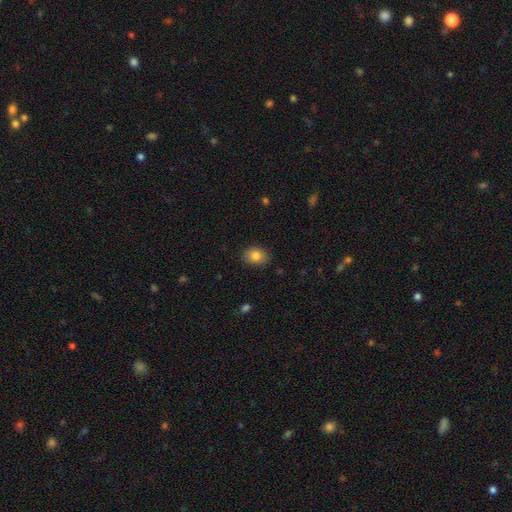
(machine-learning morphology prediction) smooth 83%, star or artifact 9%, featured or disk 8%. Down the decision tree: how rounded — in between (61%); merging — none (86%).